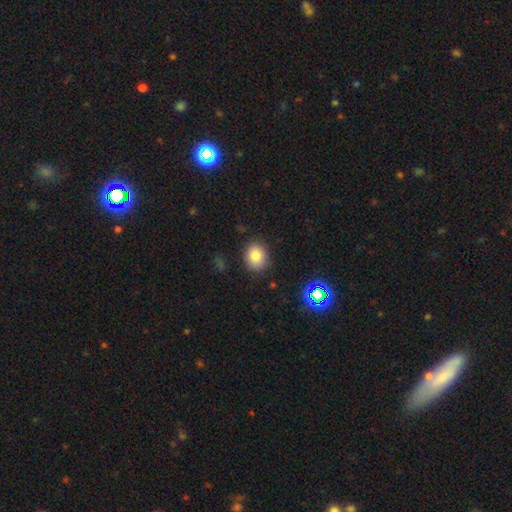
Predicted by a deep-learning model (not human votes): This is clearly a smooth galaxy (83%). How rounded: possibly round (59%). Merging: clearly none (85%).